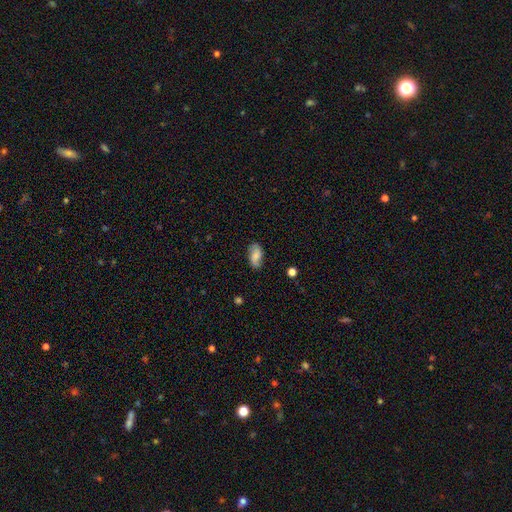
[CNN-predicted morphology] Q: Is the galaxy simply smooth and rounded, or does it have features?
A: smooth — 68%.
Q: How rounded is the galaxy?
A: in between — 91%.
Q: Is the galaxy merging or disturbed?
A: none — 76%.